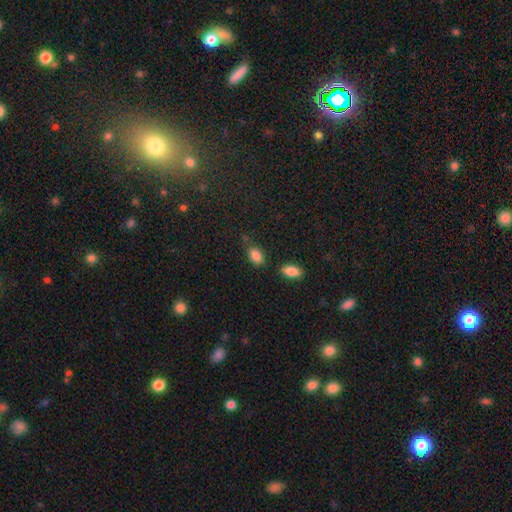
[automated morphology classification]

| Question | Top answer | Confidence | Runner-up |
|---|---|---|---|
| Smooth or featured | smooth | 86% | star or artifact (9%) |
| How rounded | in between | 88% | round (10%) |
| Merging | none | 65% | minor disturbance (21%) |